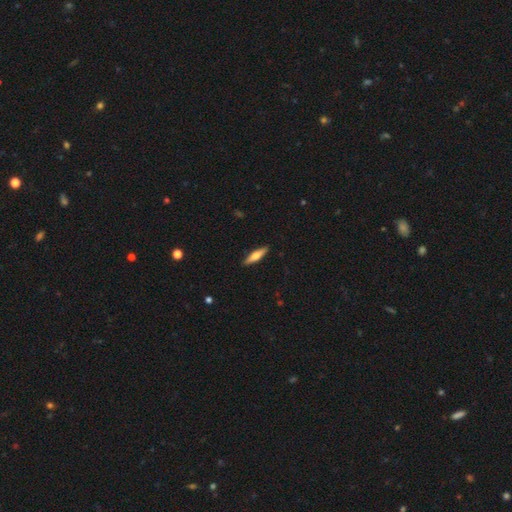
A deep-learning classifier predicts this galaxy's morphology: The model was most divided on "smooth or featured": smooth: 52%, featured or disk: 42%, star or artifact: 6%. More confident: merging — none (90%); how rounded — cigar-shaped (74%).